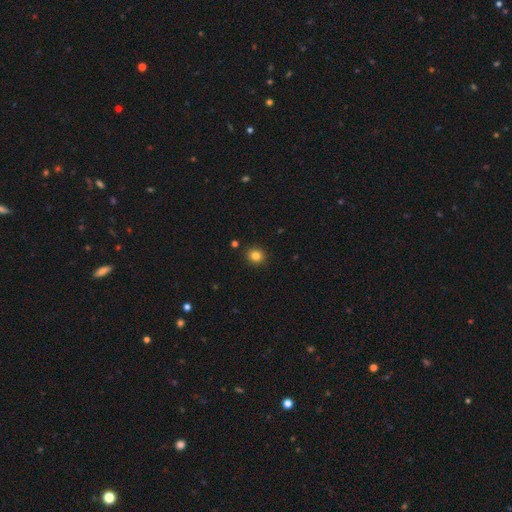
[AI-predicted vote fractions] A smooth galaxy with no disk features (83%) that is round (82%).

Vote fractions:
- Smooth or featured? smooth: 83% / star or artifact: 12% / featured or disk: 5%
- How rounded? round: 82% / in between: 17% / cigar-shaped: 1%
- Merging? none: 90% / minor disturbance: 6% / major disturbance: 2% / merger: 2%